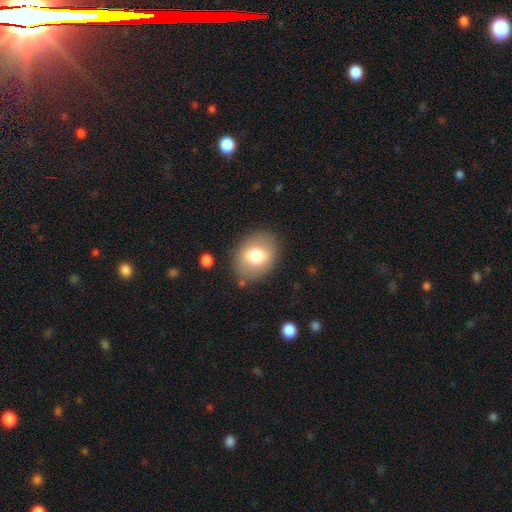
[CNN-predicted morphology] smooth_or_featured: smooth (p=0.72) [alt: featured or disk p=0.20]
how_rounded: in between (p=0.62) [alt: round p=0.37]
merging: none (p=0.82) [alt: minor disturbance p=0.12]